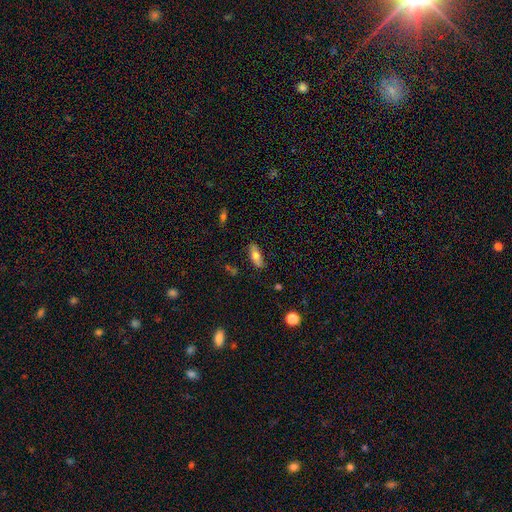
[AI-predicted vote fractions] Q: Smooth or featured?
A: smooth (67%); runner-up: featured or disk (25%)
Q: How rounded?
A: in between (74%); runner-up: cigar-shaped (23%)
Q: Merging?
A: none (76%); runner-up: minor disturbance (17%)